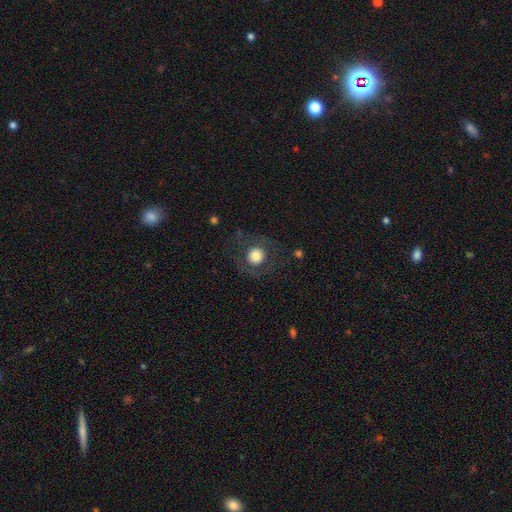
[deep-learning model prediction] Smooth or featured: smooth — 70% (featured or disk — 21%)
How rounded: round — 92% (in between — 7%)
Merging: none — 78% (minor disturbance — 11%)